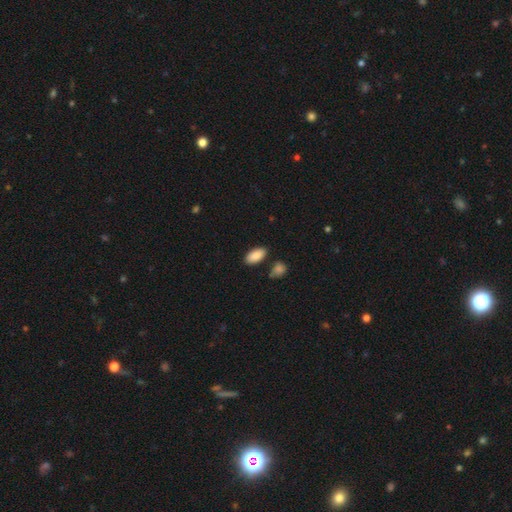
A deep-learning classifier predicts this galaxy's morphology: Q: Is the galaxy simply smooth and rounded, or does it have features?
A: smooth — 88%.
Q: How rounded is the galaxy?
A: in between — 93%.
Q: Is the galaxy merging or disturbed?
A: none — 82%.